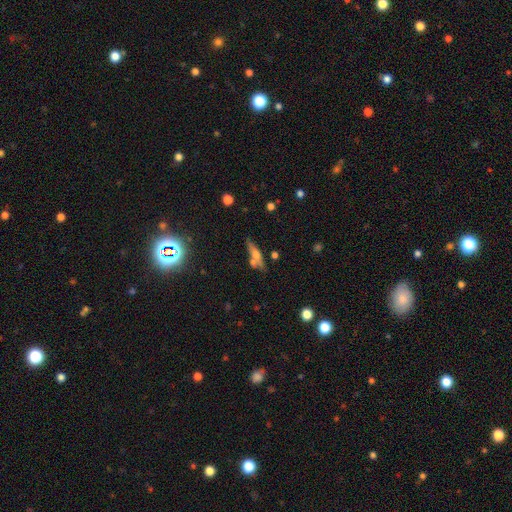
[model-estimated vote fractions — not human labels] Smooth or featured: smooth — 53% (featured or disk — 36%)
How rounded: cigar-shaped — 68% (in between — 28%)
Merging: none — 65% (merger — 16%)